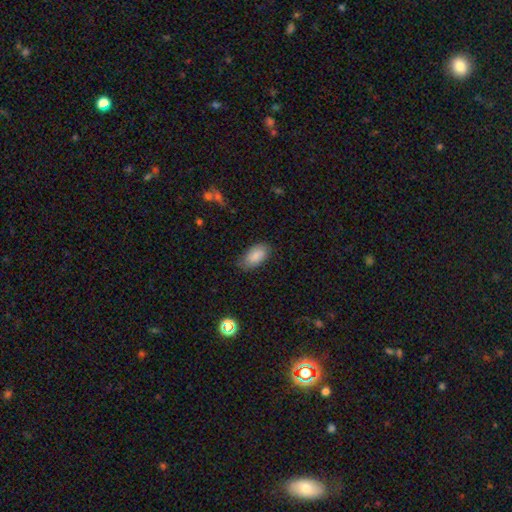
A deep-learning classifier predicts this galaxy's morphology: This is clearly a smooth galaxy (81%). How rounded: clearly in between (94%). Merging: likely none (74%).